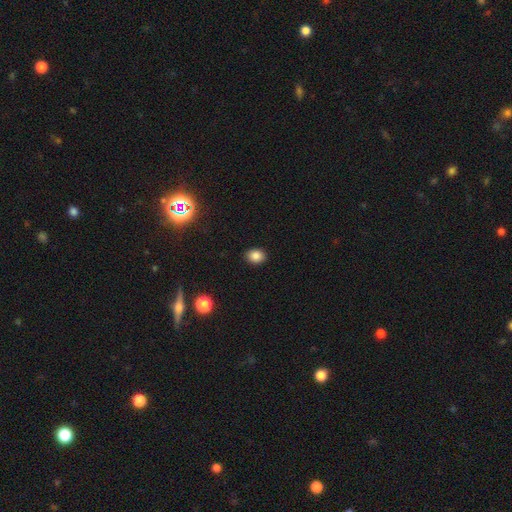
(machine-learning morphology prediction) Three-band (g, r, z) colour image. It shows a smooth galaxy with no disk features (84%) that is in between round and cigar-shaped (56%). Merging: none (90%).